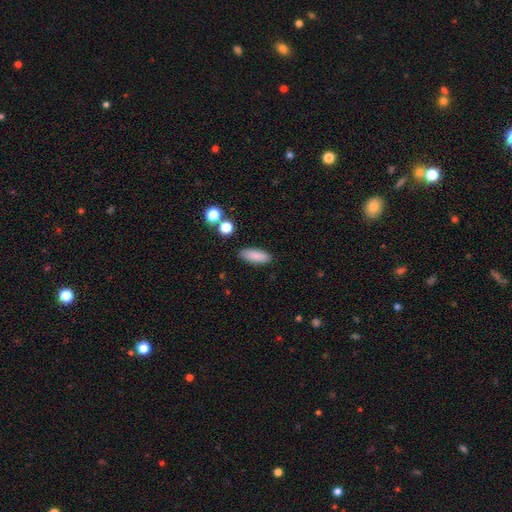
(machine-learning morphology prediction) type=smooth (87%); roundness=in between (70%); merging=none (87%).